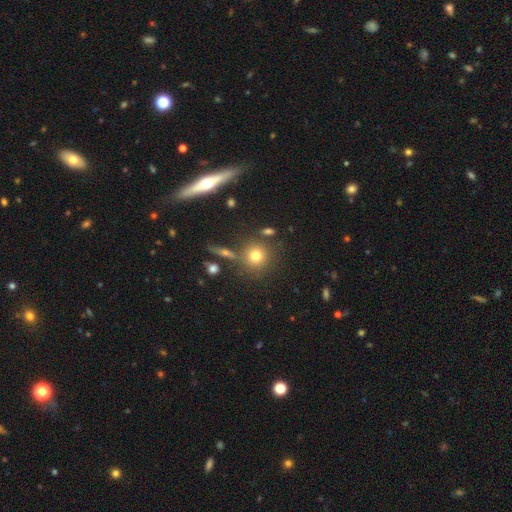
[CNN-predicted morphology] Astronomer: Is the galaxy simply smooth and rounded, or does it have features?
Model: smooth — 73%.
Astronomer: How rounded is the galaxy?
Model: round — 91%.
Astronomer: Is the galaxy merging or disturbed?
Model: none — 76%.